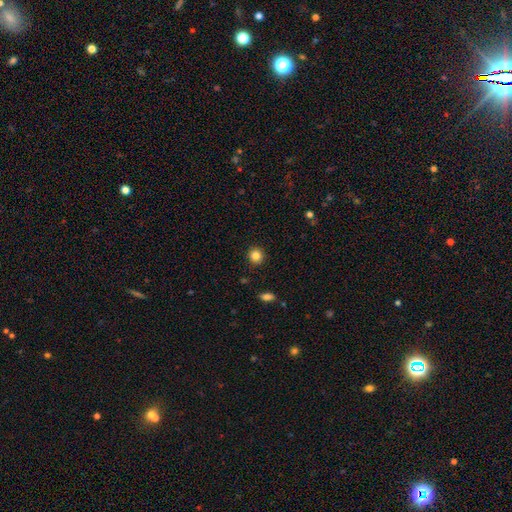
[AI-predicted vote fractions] Overall: smooth (84%). How rounded: round (89%). Merging: none (91%).